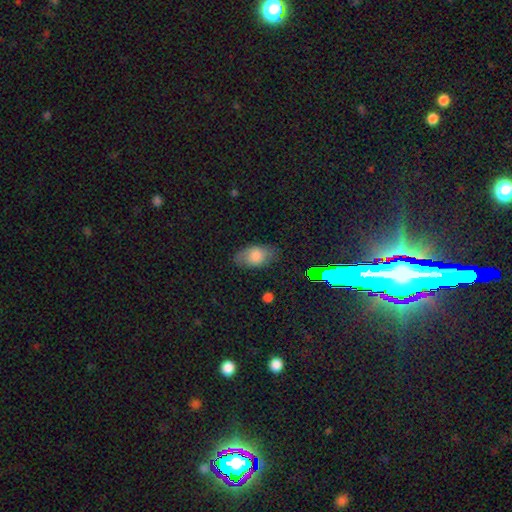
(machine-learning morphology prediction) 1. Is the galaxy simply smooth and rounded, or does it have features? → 76% smooth, 14% featured or disk, 10% star or artifact.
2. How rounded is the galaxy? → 90% in between, 8% round, 2% cigar-shaped.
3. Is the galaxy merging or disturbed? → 74% none, 19% minor disturbance, 5% major disturbance, 1% merger.